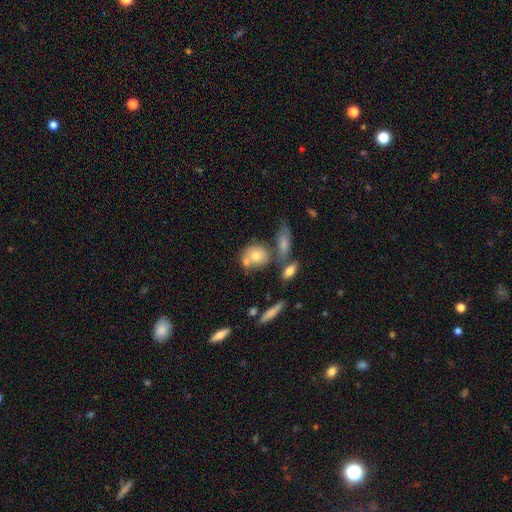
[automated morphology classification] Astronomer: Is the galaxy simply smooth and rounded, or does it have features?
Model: smooth — 66%.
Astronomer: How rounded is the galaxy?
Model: round — 61%.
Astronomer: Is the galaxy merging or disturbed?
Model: none — 48% (runner-up: merger, 30%).